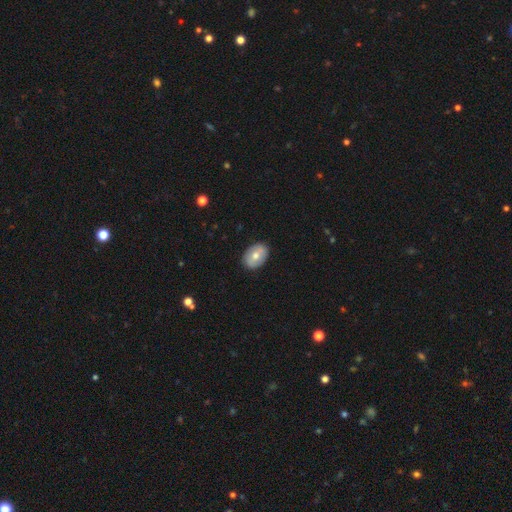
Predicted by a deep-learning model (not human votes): This is likely a smooth galaxy (63%). How rounded: likely in between (80%). Merging: clearly none (86%).